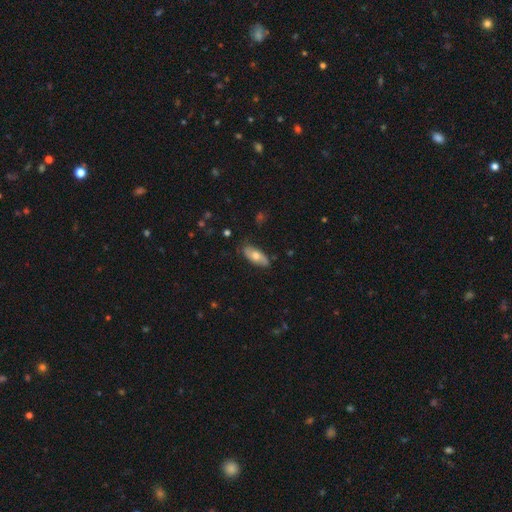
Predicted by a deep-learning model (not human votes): Overall: smooth (60%; featured or disk 34%). How rounded: in between (82%). Merging: none (80%).